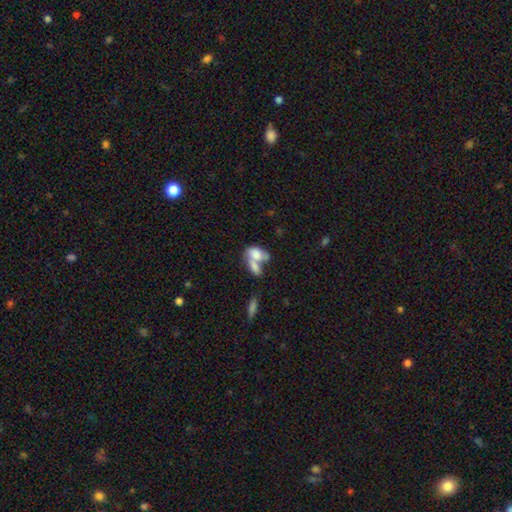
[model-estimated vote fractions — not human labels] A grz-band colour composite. It shows a smooth galaxy with no disk features (68%) that is in between round and cigar-shaped (87%). Merging: merger (68%).